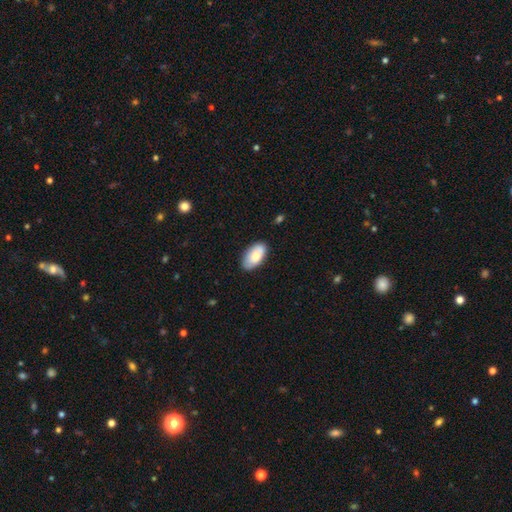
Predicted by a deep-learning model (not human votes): A smooth galaxy with no disk features (74%) that is in between round and cigar-shaped (95%). Merging: none (81%).